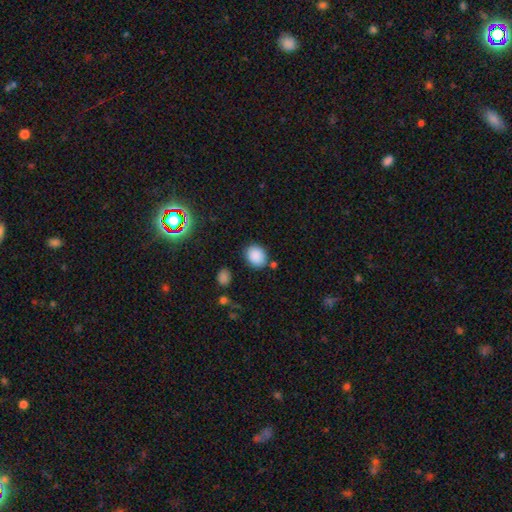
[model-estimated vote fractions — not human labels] smooth 87%, star or artifact 9%, featured or disk 4%. Down the decision tree: how rounded — round (58%); merging — none (79%).